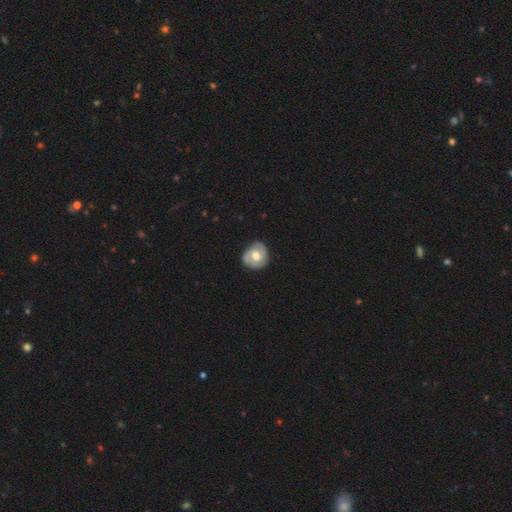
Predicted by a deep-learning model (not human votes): This is possibly a featured or disk galaxy (57%). It is clearly not viewed edge-on (97%). Bar: likely no (62%). Spiral arm pattern: clearly yes (81%). Central bulge: likely moderate (75%). Merging: likely none (77%).